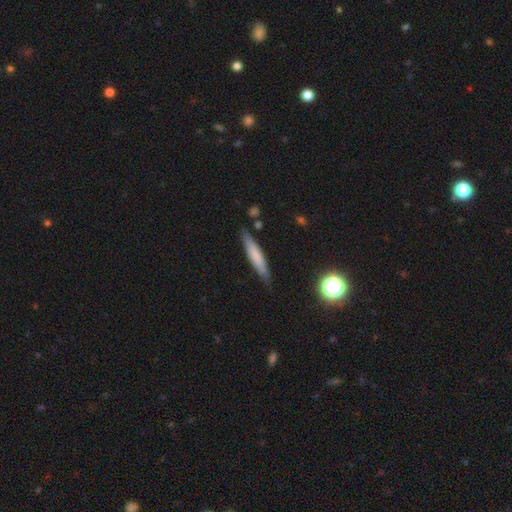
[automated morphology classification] Smooth or featured?
  - smooth: 67% *
  - featured or disk: 25%
  - star or artifact: 7%
How rounded?
  - cigar-shaped: 91% *
  - in between: 8%
  - round: 2%
Merging?
  - none: 84% *
  - minor disturbance: 12%
  - major disturbance: 2%
  - merger: 2%